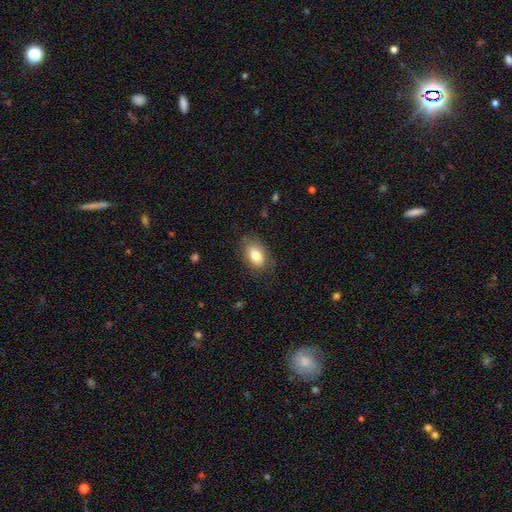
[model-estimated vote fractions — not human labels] Smooth or featured?
  - smooth: 77% *
  - featured or disk: 16%
  - star or artifact: 7%
How rounded?
  - in between: 89% *
  - round: 9%
  - cigar-shaped: 2%
Merging?
  - none: 74% *
  - minor disturbance: 18%
  - major disturbance: 7%
  - merger: 1%